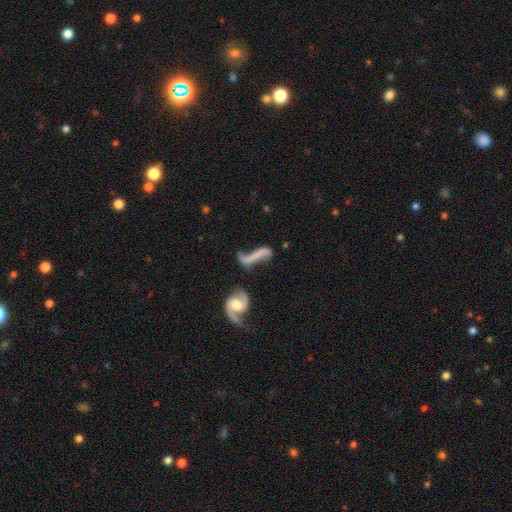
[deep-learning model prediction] A featured or disk galaxy (65%) with no bar (46%), spiral arms (81%) and no central bulge (51%).

Vote fractions:
- Smooth or featured? featured or disk: 65% / smooth: 26% / star or artifact: 9%
- Edge-on disk? no: 87% / yes: 13%
- Bar? no: 46% / weak: 28% / strong: 27%
- Spiral arms? yes: 81% / no: 19%
- Bulge size? none: 51% / small: 26% / moderate: 18% / large: 3% / dominant: 2%
- Merging? none: 34% / merger: 24% / major disturbance: 23% / minor disturbance: 19%